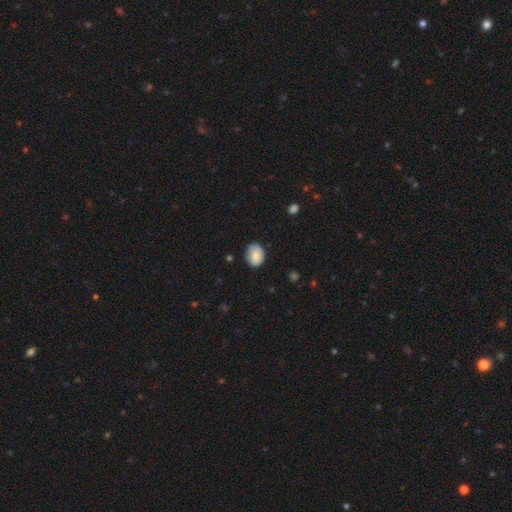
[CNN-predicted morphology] Smooth or featured?
  - smooth: 81% *
  - featured or disk: 11%
  - star or artifact: 7%
How rounded?
  - in between: 60% *
  - round: 39%
  - cigar-shaped: 1%
Merging?
  - none: 71% *
  - minor disturbance: 24%
  - major disturbance: 4%
  - merger: 1%